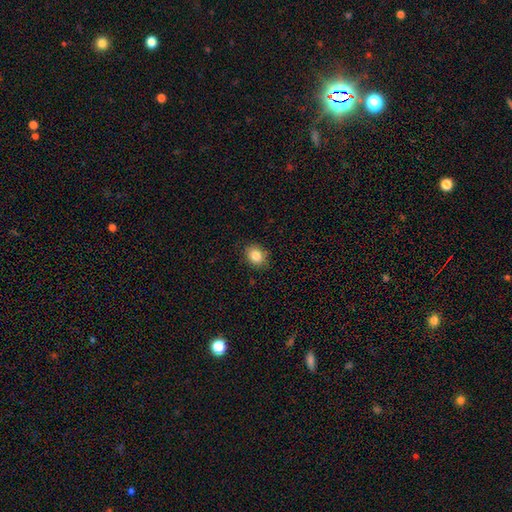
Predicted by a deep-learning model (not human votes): smooth 85%, star or artifact 9%, featured or disk 6%. Down the decision tree: how rounded — in between (53%); merging — none (85%).